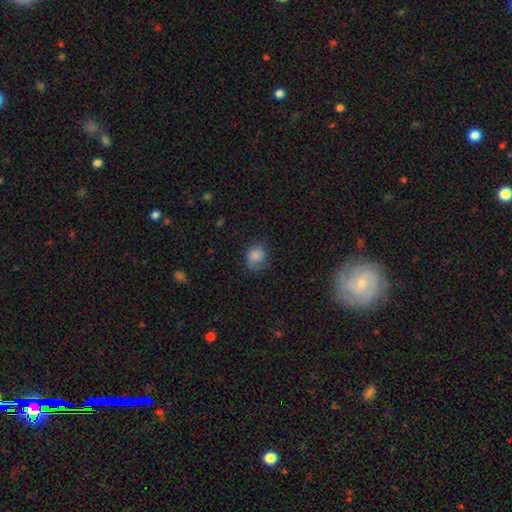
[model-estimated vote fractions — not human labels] A smooth galaxy with no disk features (84%) that is round (70%). Merging: none (68%).